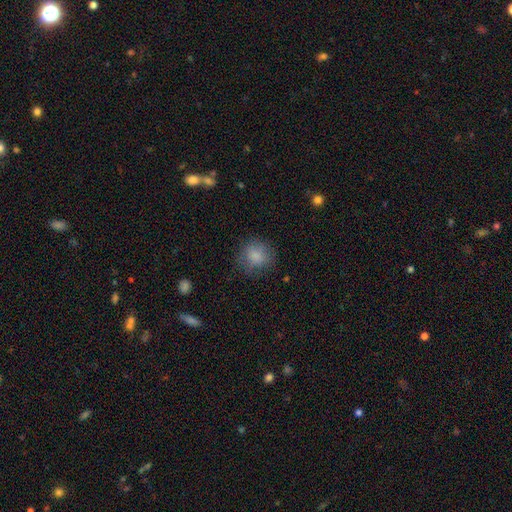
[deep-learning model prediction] Smooth or featured: smooth — 83% (star or artifact — 9%)
How rounded: round — 80% (in between — 19%)
Merging: none — 75% (minor disturbance — 17%)